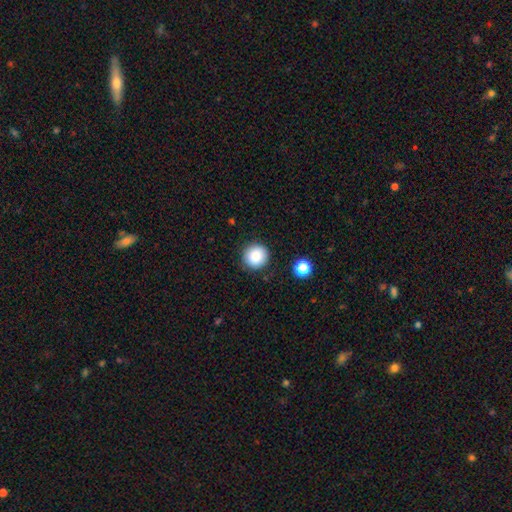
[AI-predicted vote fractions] Overall: smooth (86%). How rounded: round (95%). Merging: none (90%).